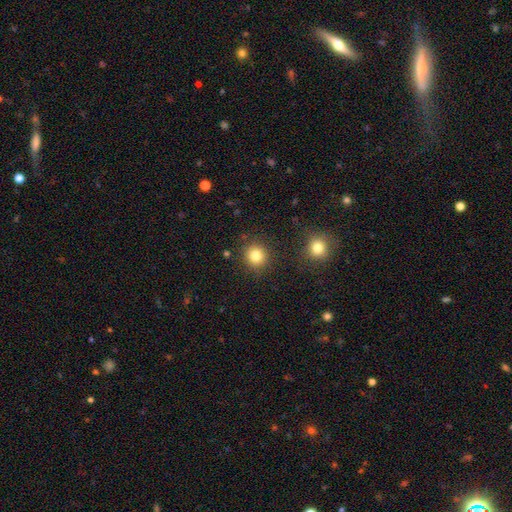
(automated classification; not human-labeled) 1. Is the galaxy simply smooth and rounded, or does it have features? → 82% smooth, 12% star or artifact, 6% featured or disk.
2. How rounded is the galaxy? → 91% round, 8% in between, 1% cigar-shaped.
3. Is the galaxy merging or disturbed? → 88% none, 7% minor disturbance, 3% merger, 3% major disturbance.